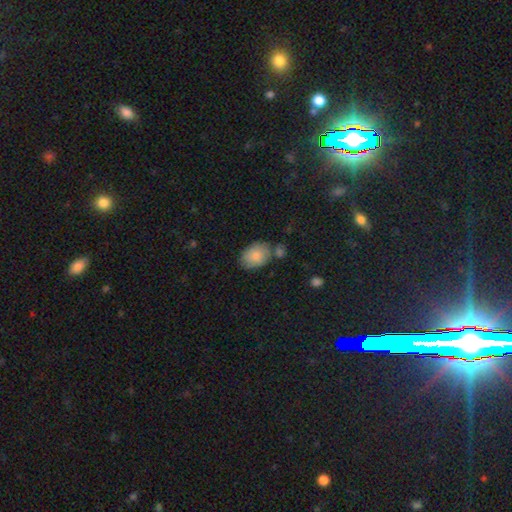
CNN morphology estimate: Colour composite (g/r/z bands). It shows a smooth galaxy with no disk features (82%) that is in between round and cigar-shaped (81%). Merging: none (62%).